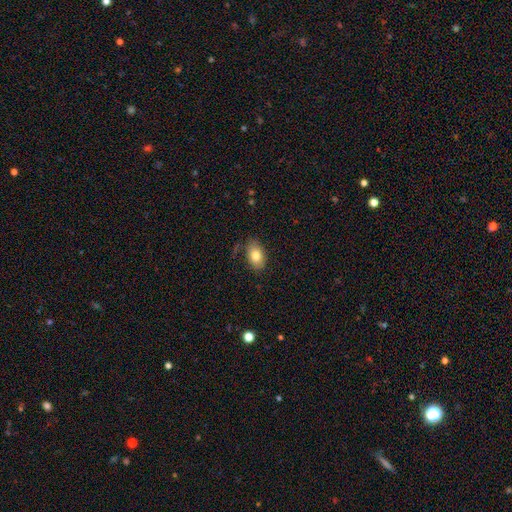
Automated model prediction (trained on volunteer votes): smooth_or_featured: smooth (p=0.80) [alt: featured or disk p=0.12]
how_rounded: in between (p=0.87) [alt: round p=0.12]
merging: none (p=0.79) [alt: minor disturbance p=0.15]